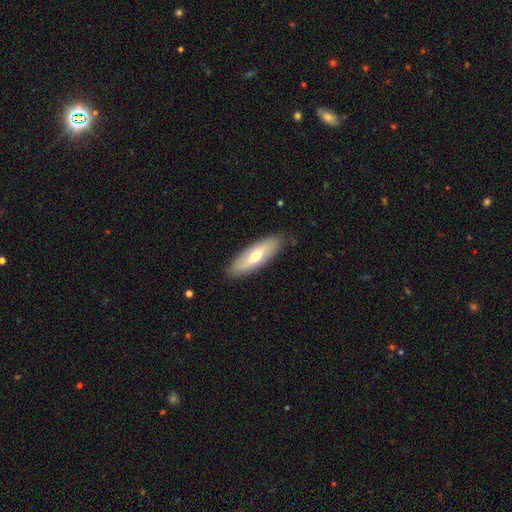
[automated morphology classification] smooth_or_featured: smooth (p=0.57) [alt: featured or disk p=0.38]
how_rounded: in between (p=0.59) [alt: cigar-shaped p=0.39]
merging: none (p=0.88) [alt: minor disturbance p=0.09]